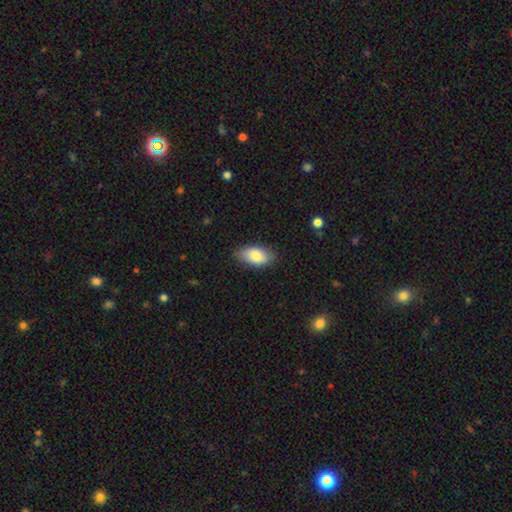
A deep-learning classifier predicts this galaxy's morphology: Smooth or featured? Predicted: smooth (p=0.82). How rounded? Predicted: in between (p=0.93). Merging? Predicted: none (p=0.78).